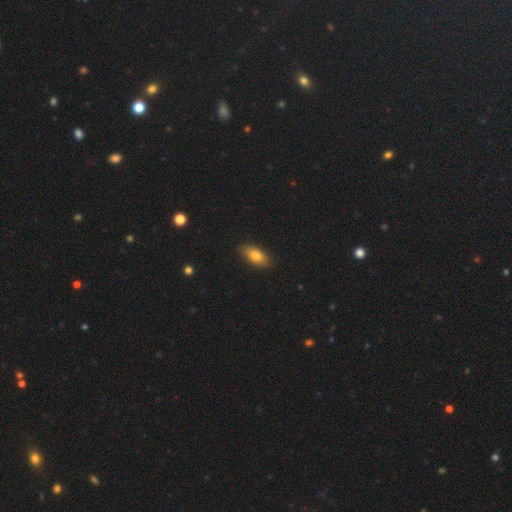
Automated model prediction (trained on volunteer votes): Smooth or featured: smooth — 77% (featured or disk — 15%)
How rounded: in between — 85% (cigar-shaped — 10%)
Merging: none — 87% (minor disturbance — 10%)